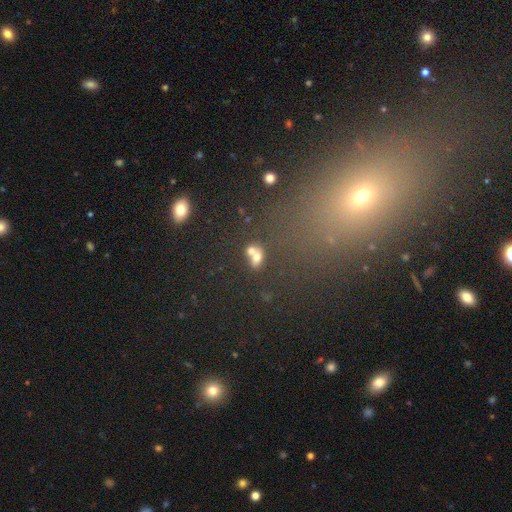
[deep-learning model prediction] Smooth or featured: smooth — 65% (featured or disk — 18%)
How rounded: in between — 63% (round — 35%)
Merging: merger — 53% (none — 31%)